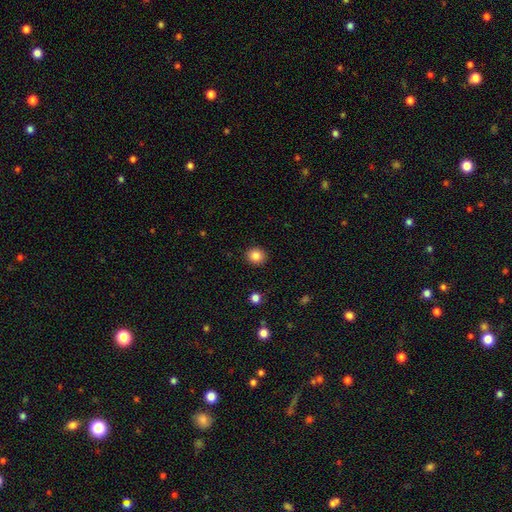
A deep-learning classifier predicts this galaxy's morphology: Smooth or featured?
  - smooth: 85% *
  - star or artifact: 10%
  - featured or disk: 5%
How rounded?
  - round: 82% *
  - in between: 17%
  - cigar-shaped: 1%
Merging?
  - none: 92% *
  - minor disturbance: 6%
  - major disturbance: 2%
  - merger: 1%